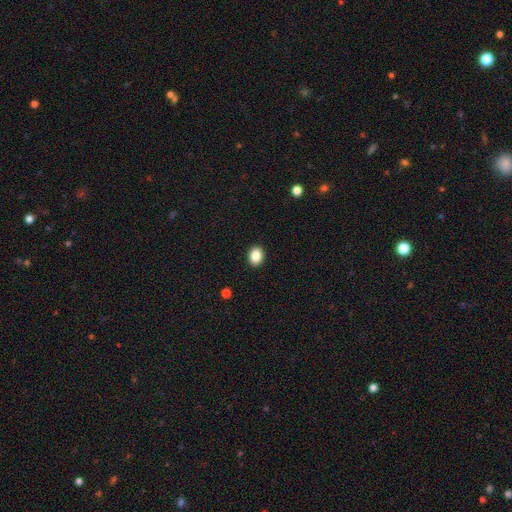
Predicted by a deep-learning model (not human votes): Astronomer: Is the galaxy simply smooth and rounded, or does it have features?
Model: smooth — 86%.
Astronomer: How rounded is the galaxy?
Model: in between — 56% (runner-up: round, 43%).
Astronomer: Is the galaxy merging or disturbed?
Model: none — 92%.